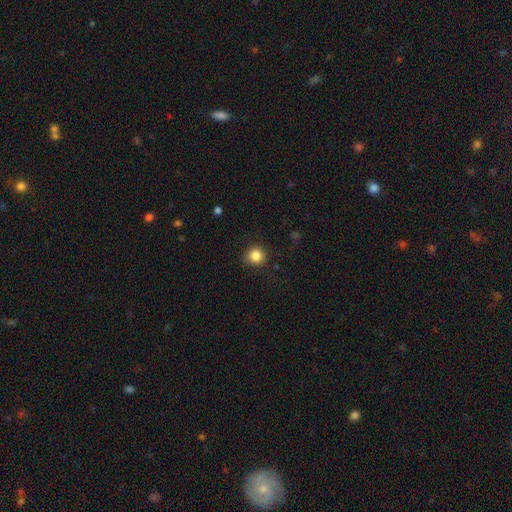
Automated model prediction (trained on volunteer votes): This is clearly a smooth galaxy (84%). How rounded: clearly round (91%). Merging: clearly none (87%).